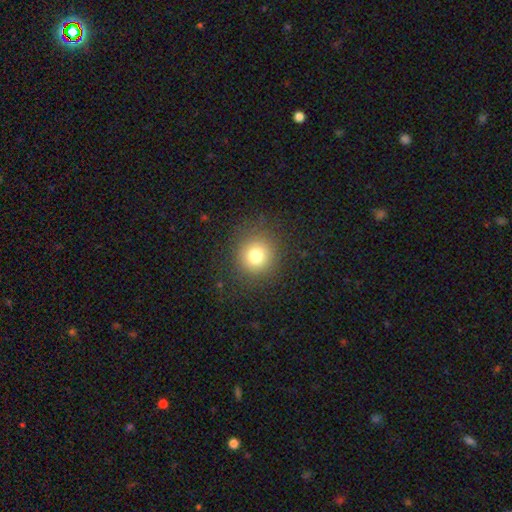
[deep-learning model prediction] This appears to be a smooth galaxy with no disk features (78%) that is round (91%). Merging: none (87%).